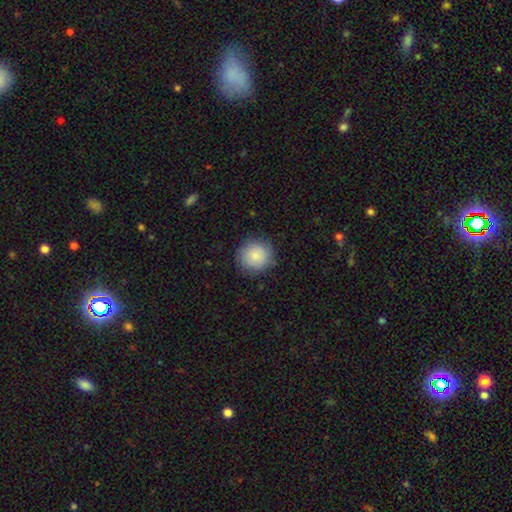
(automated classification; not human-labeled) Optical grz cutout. It shows a smooth galaxy with no disk features (86%) that is round (91%). Merging: none (86%).